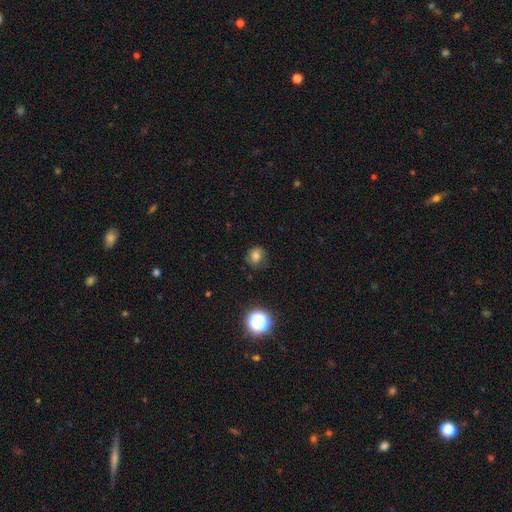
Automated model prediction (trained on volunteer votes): smooth 68%, star or artifact 16%, featured or disk 15%. Down the decision tree: how rounded — round (79%); merging — none (76%).